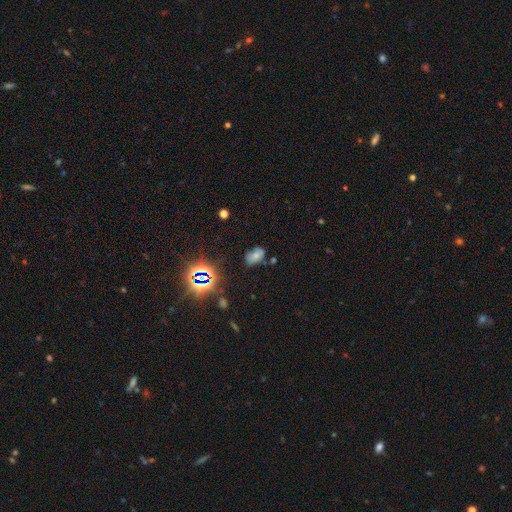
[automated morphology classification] Smooth or featured: smooth — 52% (star or artifact — 29%)
How rounded: in between — 87% (round — 12%)
Merging: none — 63% (minor disturbance — 24%)